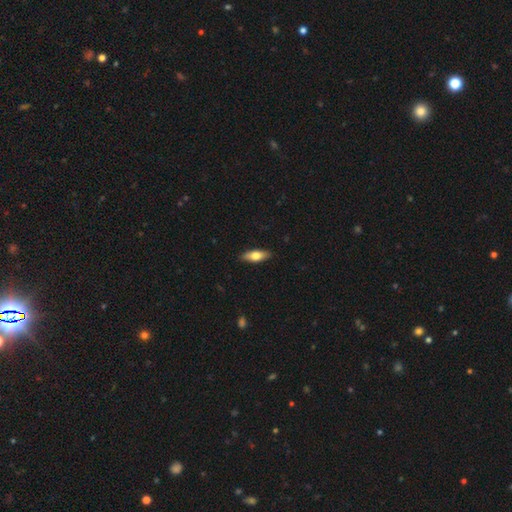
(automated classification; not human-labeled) This appears to be a smooth galaxy with no disk features (67%) that is in between round and cigar-shaped (66%). Merging: none (88%).